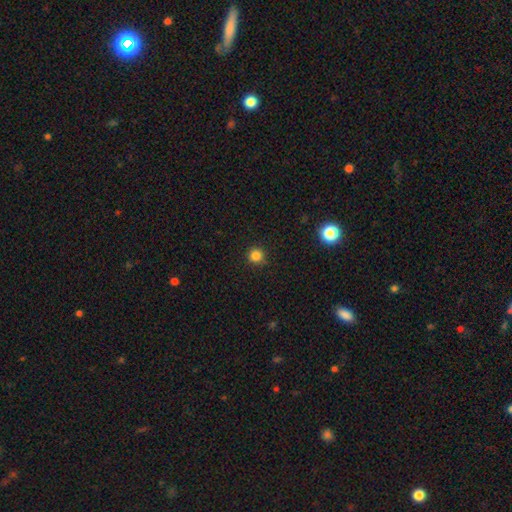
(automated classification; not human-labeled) Smooth or featured?
  - smooth: 83% *
  - star or artifact: 13%
  - featured or disk: 3%
How rounded?
  - round: 95% *
  - in between: 4%
  - cigar-shaped: 1%
Merging?
  - none: 91% *
  - minor disturbance: 6%
  - major disturbance: 2%
  - merger: 1%